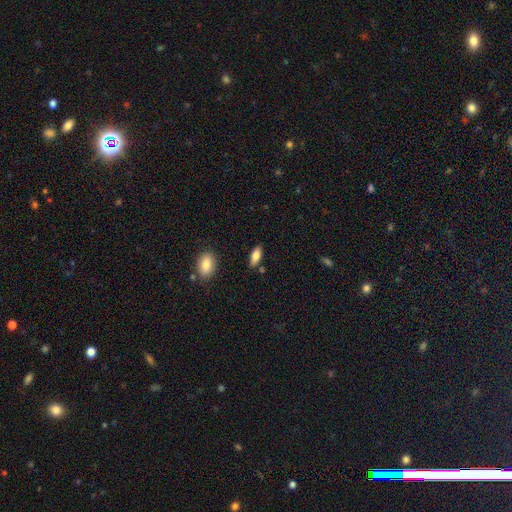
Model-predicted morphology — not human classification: smooth_or_featured: smooth (p=0.80) [alt: featured or disk p=0.13]
how_rounded: in between (p=0.82) [alt: cigar-shaped p=0.16]
merging: none (p=0.82) [alt: minor disturbance p=0.12]